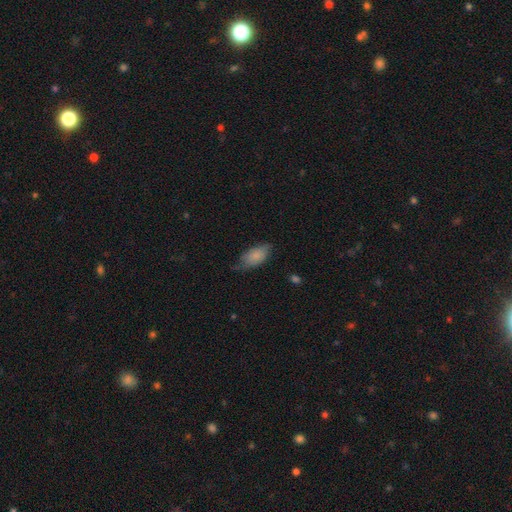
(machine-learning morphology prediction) Overall: smooth (79%). How rounded: in between (91%). Merging: none (48%; minor disturbance 38%).